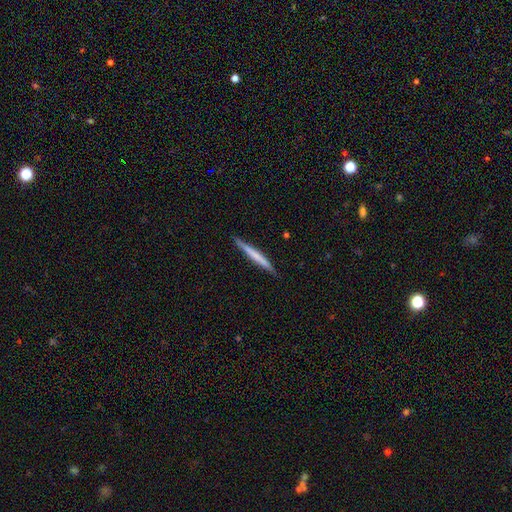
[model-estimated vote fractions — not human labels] A smooth galaxy with no disk features (49%).

Vote fractions:
- Smooth or featured? smooth: 49% / featured or disk: 45% / star or artifact: 5%
- Merging? none: 90% / minor disturbance: 8% / major disturbance: 1% / merger: 1%